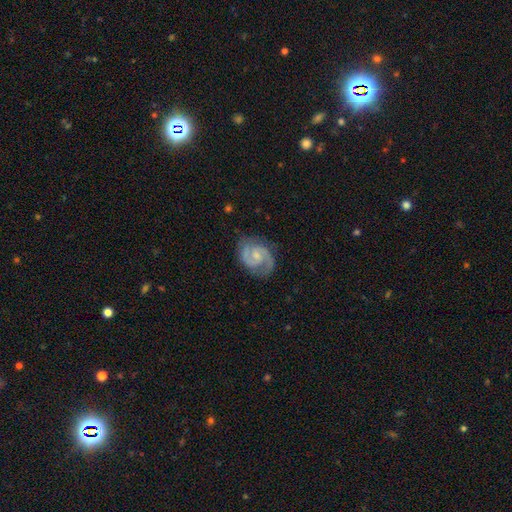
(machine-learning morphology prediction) featured or disk 89%, smooth 6%, star or artifact 4%. Down the decision tree: edge-on disk — no (98%); bar — weak (48%); spiral arms — yes (98%); spiral arm count — 2 (92%); spiral winding — medium (56%); bulge size — small (49%); merging — none (78%).